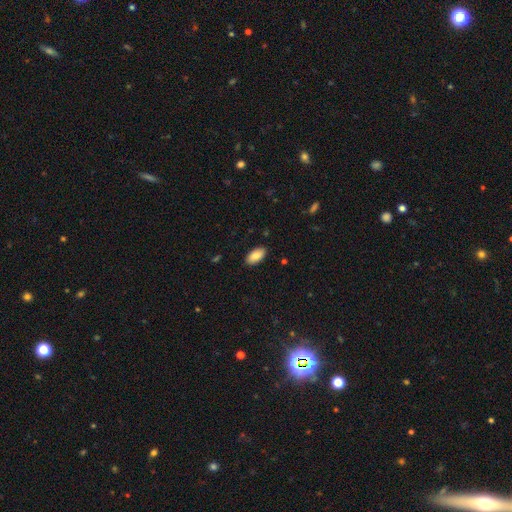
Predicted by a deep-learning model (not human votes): smooth-or-featured: smooth: 87% | star or artifact: 7% | featured or disk: 6%
  how-rounded: in between: 94% | cigar-shaped: 4% | round: 2%
  merging: none: 88% | minor disturbance: 9% | major disturbance: 2% | merger: 1%